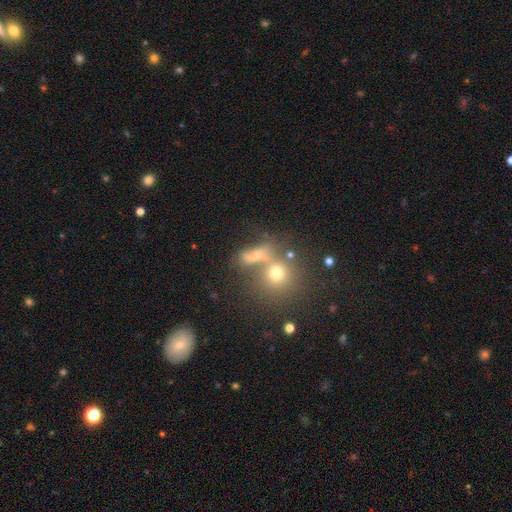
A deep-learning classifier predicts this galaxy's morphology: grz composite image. It shows a smooth galaxy with no disk features (58%) that is in between round and cigar-shaped (48%). Merging: merger (45%).